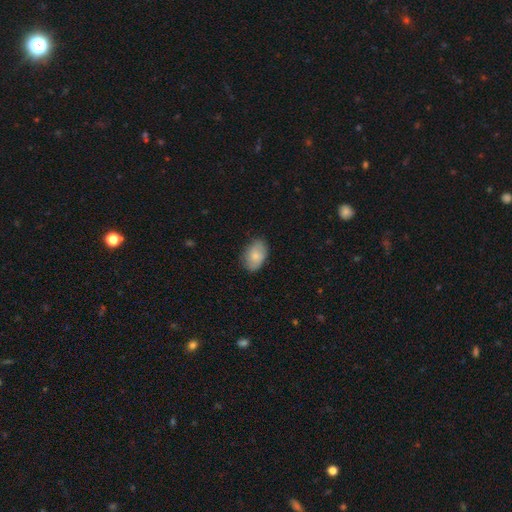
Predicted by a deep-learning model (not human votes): A smooth galaxy with no disk features (80%) that is in between round and cigar-shaped (88%).

Vote fractions:
- Smooth or featured? smooth: 80% / featured or disk: 13% / star or artifact: 6%
- How rounded? in between: 88% / round: 11% / cigar-shaped: 1%
- Merging? none: 81% / minor disturbance: 15% / major disturbance: 3% / merger: 1%